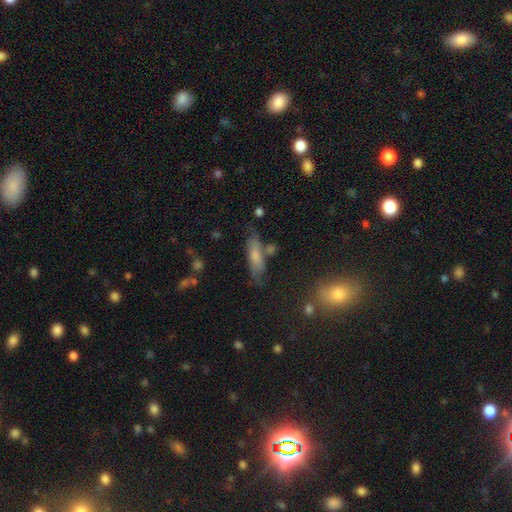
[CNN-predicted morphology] smooth 67%, featured or disk 24%, star or artifact 9%. Down the decision tree: how rounded — cigar-shaped (52%); merging — none (62%).